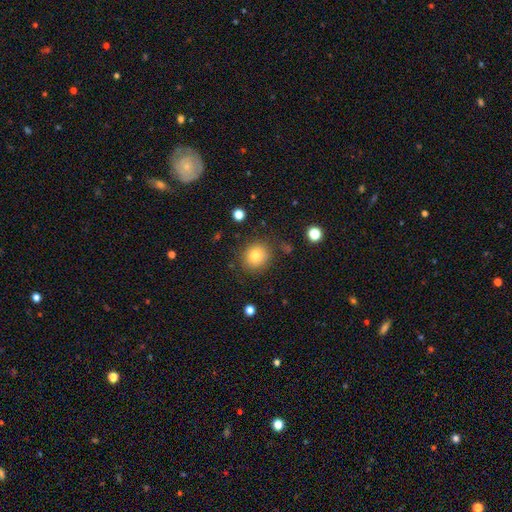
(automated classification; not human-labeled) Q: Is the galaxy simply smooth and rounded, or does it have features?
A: smooth — 79%.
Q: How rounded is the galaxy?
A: round — 86%.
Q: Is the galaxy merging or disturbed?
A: none — 84%.